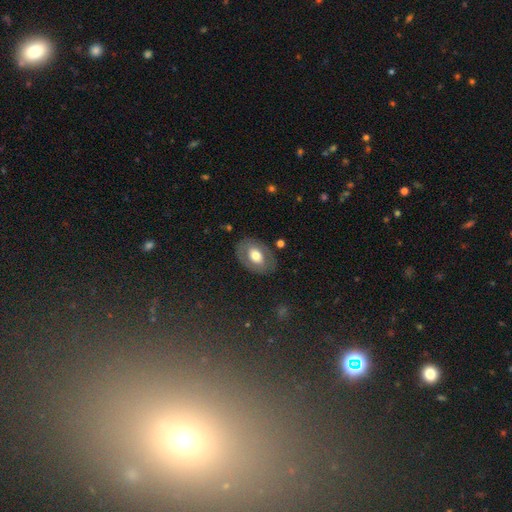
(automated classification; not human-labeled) A smooth galaxy with no disk features (53%) that is in between round and cigar-shaped (83%). Merging: none (80%).